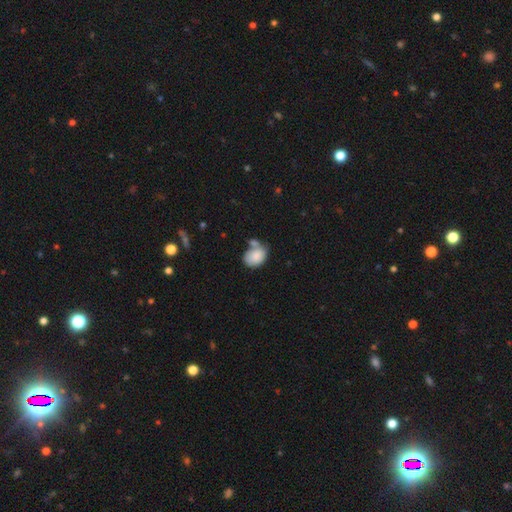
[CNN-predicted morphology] The model was most divided on "merging": none: 41%, merger: 30%, minor disturbance: 22%, major disturbance: 7%. More confident: smooth or featured — smooth (83%); how rounded — in between (75%).